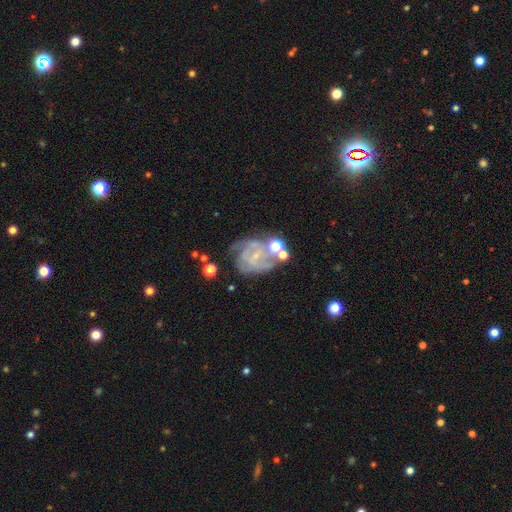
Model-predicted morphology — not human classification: Q: Smooth or featured?
A: featured or disk (74%); runner-up: smooth (15%)
Q: Edge-on disk?
A: no (98%); runner-up: yes (2%)
Q: Bar?
A: no (60%); runner-up: weak (33%)
Q: Spiral arms?
A: yes (81%); runner-up: no (19%)
Q: Spiral winding?
A: tight (45%); runner-up: medium (40%)
Q: Spiral arm count?
A: can't tell (38%); runner-up: 2 (24%)
Q: Bulge size?
A: small (70%); runner-up: none (17%)
Q: Merging?
A: none (47%); runner-up: minor disturbance (22%)